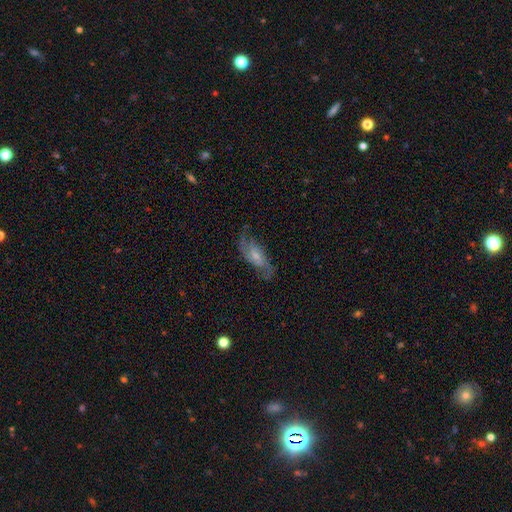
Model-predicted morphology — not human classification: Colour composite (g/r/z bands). It shows a featured or disk galaxy (67%) with no bar (48%), 2 (75%) medium (46%) spiral arms (89%) and a small central bulge (43%). Merging: none (70%).